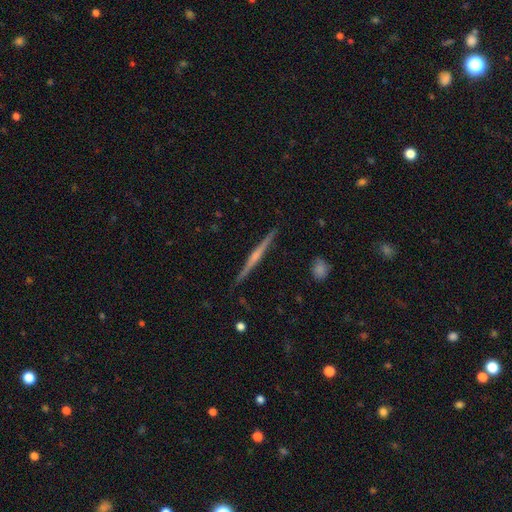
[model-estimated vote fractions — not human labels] Morphology: type=featured or disk (74%); edge-on=yes (98%); edge-on bulge=rounded (57%); merging=none (90%).